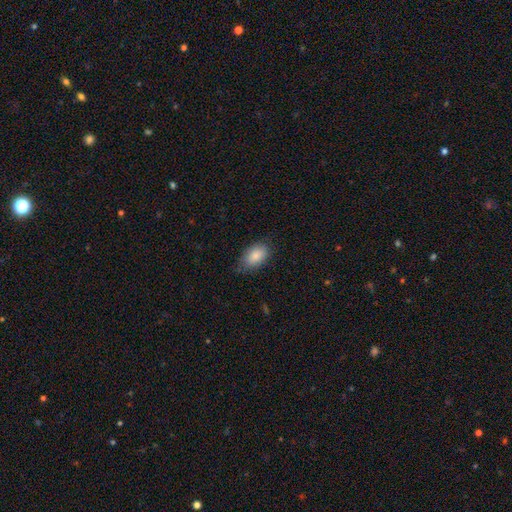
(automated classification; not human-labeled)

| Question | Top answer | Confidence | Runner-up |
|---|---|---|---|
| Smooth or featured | smooth | 85% | featured or disk (8%) |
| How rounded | in between | 93% | round (5%) |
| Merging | none | 71% | minor disturbance (23%) |